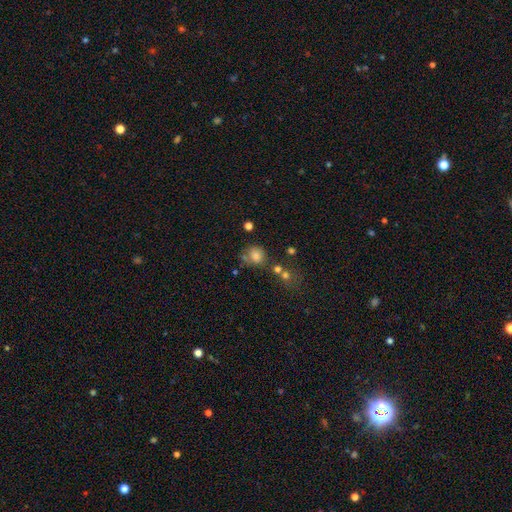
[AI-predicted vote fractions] smooth-or-featured: smooth: 77% | star or artifact: 14% | featured or disk: 9%
  how-rounded: round: 81% | in between: 18% | cigar-shaped: 1%
  merging: none: 59% | merger: 17% | minor disturbance: 17% | major disturbance: 8%